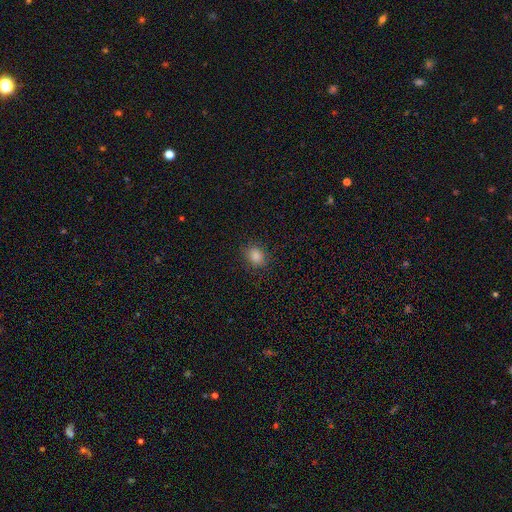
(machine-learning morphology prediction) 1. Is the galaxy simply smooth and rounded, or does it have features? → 83% smooth, 13% star or artifact, 4% featured or disk.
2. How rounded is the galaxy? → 50% round, 49% in between, 1% cigar-shaped.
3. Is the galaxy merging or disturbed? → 85% none, 11% minor disturbance, 3% major disturbance, 1% merger.